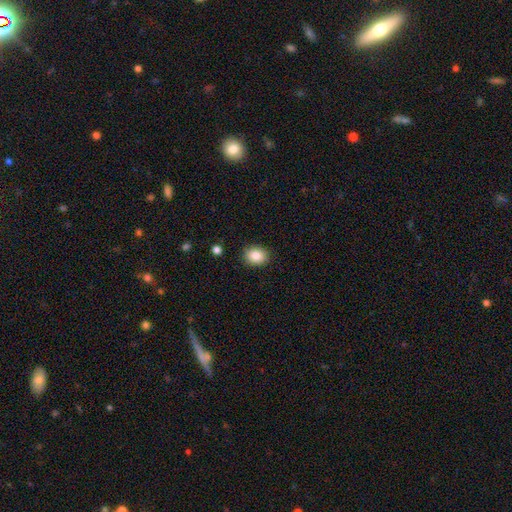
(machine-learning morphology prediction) Smooth or featured? smooth (87%)
How rounded? in between (51%)
Merging? none (88%)